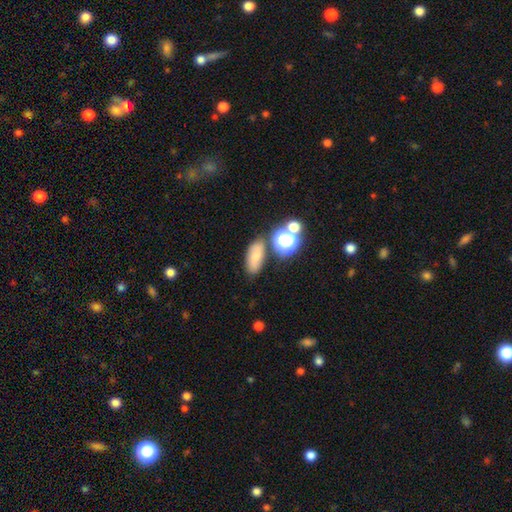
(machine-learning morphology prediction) type=smooth (65%); roundness=in between (68%); merging=none (70%).